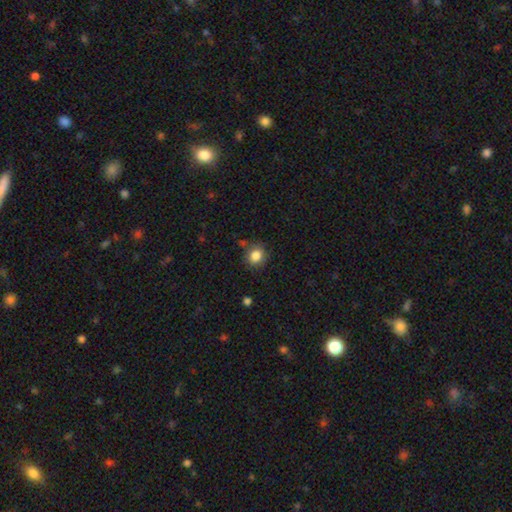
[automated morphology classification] A smooth galaxy with no disk features (85%) that is round (79%). Merging: none (80%).